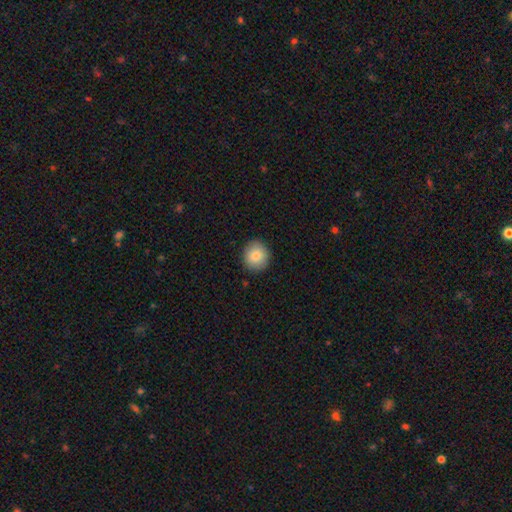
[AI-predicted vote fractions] Smooth or featured? Predicted: smooth (p=0.85). How rounded? Predicted: round (p=0.85). Merging? Predicted: none (p=0.90).